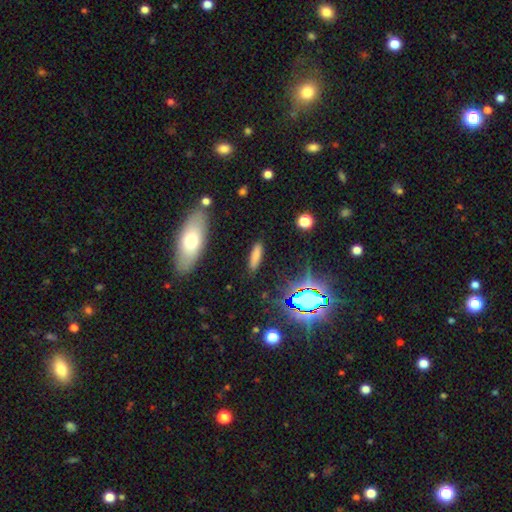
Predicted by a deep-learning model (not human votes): smooth 77%, star or artifact 13%, featured or disk 10%. Down the decision tree: how rounded — cigar-shaped (64%); merging — none (85%).